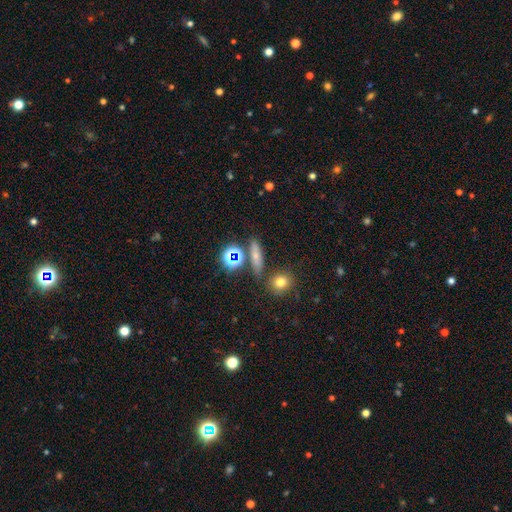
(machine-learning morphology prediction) smooth_or_featured: smooth (p=0.60) [alt: star or artifact p=0.24]
how_rounded: cigar-shaped (p=0.47) [alt: in between p=0.34]
merging: none (p=0.77) [alt: minor disturbance p=0.11]